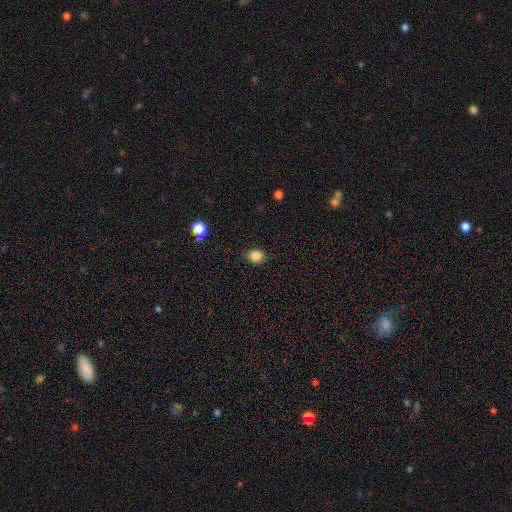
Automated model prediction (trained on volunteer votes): Smooth or featured: smooth — 85% (star or artifact — 11%)
How rounded: round — 66% (in between — 33%)
Merging: none — 85% (minor disturbance — 11%)